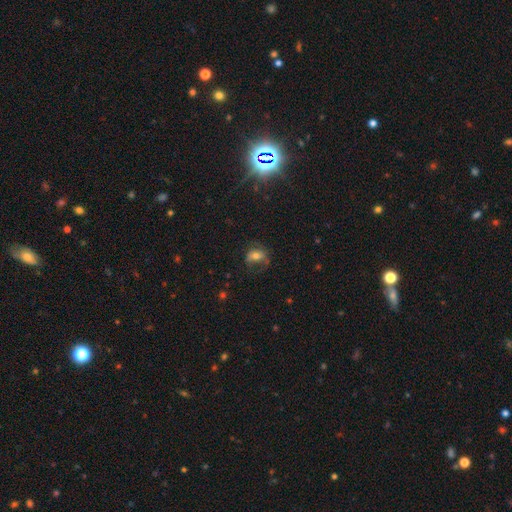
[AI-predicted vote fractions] A smooth galaxy with no disk features (53%) that is in between round and cigar-shaped (63%). Merging: none (51%).